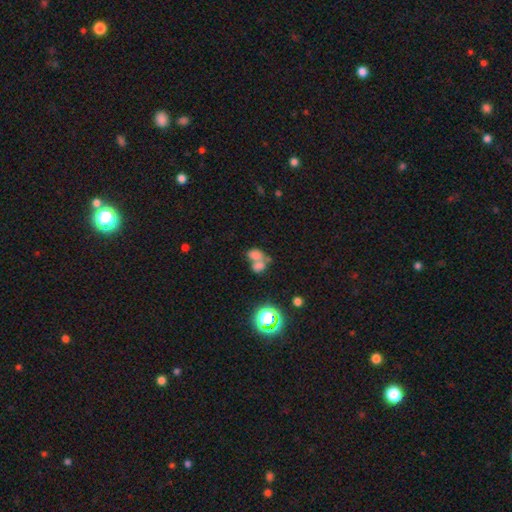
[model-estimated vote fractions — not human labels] Smooth or featured? smooth (68%)
How rounded? in between (73%)
Merging? merger (68%)